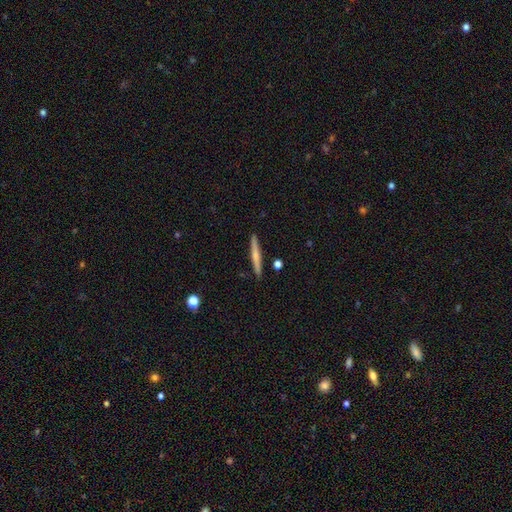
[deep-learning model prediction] Q: Smooth or featured?
A: smooth (52%); runner-up: featured or disk (42%)
Q: How rounded?
A: cigar-shaped (95%); runner-up: in between (3%)
Q: Merging?
A: none (90%); runner-up: minor disturbance (7%)